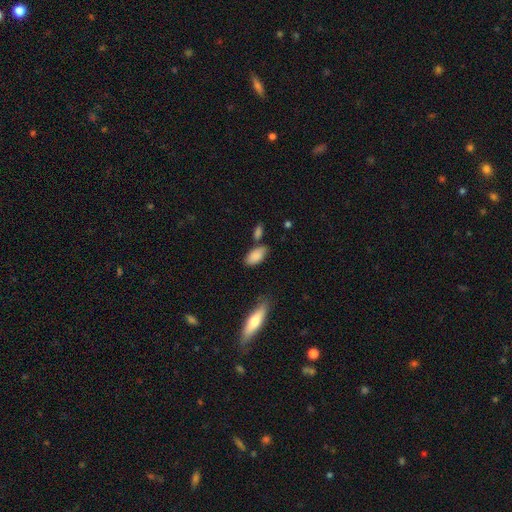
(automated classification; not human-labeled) This is clearly a smooth galaxy (86%). How rounded: clearly in between (92%). Merging: likely none (63%).